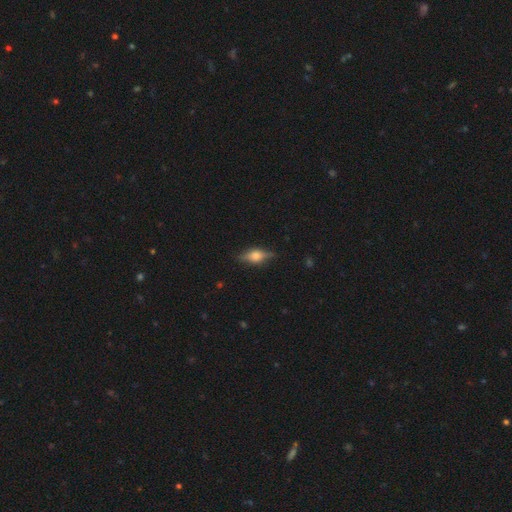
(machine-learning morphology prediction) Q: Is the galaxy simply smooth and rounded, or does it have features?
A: featured or disk — 54%.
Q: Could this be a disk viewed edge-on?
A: yes — 93%.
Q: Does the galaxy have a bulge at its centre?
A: rounded — 88%.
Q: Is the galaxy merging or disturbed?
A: none — 82%.